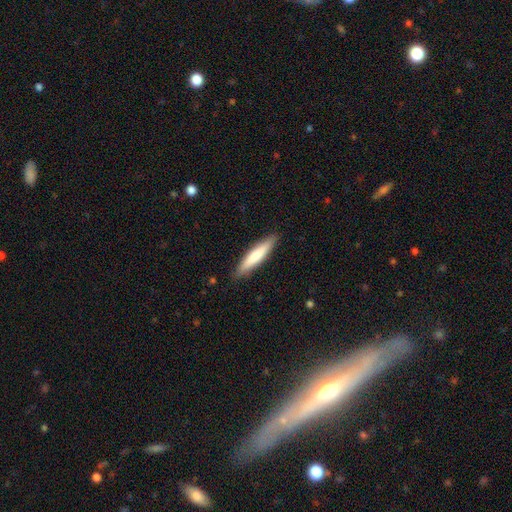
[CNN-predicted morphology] smooth-or-featured: smooth: 73% | featured or disk: 22% | star or artifact: 5%
  how-rounded: cigar-shaped: 87% | in between: 12% | round: 1%
  merging: none: 88% | minor disturbance: 9% | major disturbance: 2% | merger: 1%